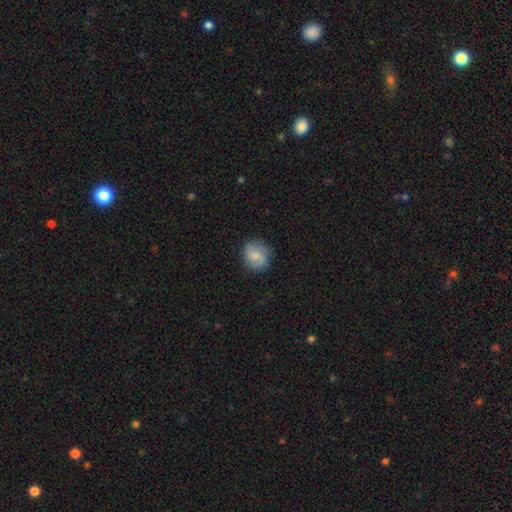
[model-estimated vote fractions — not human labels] Morphology: type=smooth (68%); roundness=round (77%); merging=none (81%).